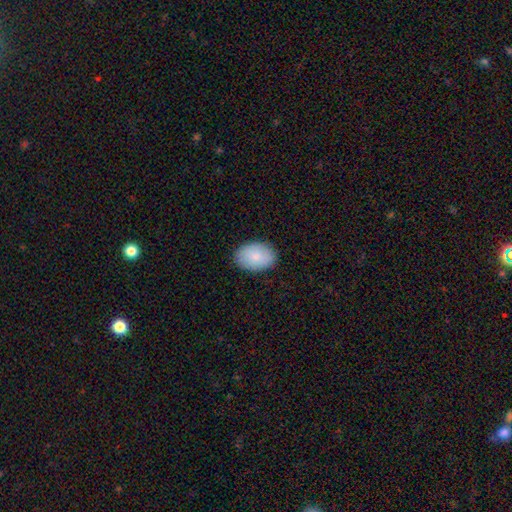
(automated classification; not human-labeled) Smooth or featured? Predicted: smooth (p=0.85). How rounded? Predicted: in between (p=0.85). Merging? Predicted: none (p=0.87).